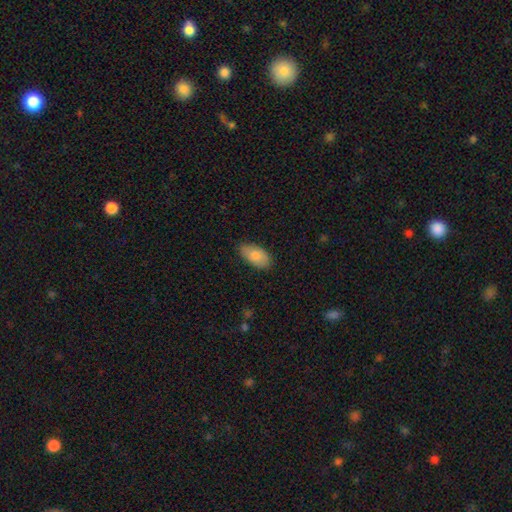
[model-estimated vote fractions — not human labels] smooth 79%, featured or disk 15%, star or artifact 6%. Down the decision tree: how rounded — in between (94%); merging — none (81%).